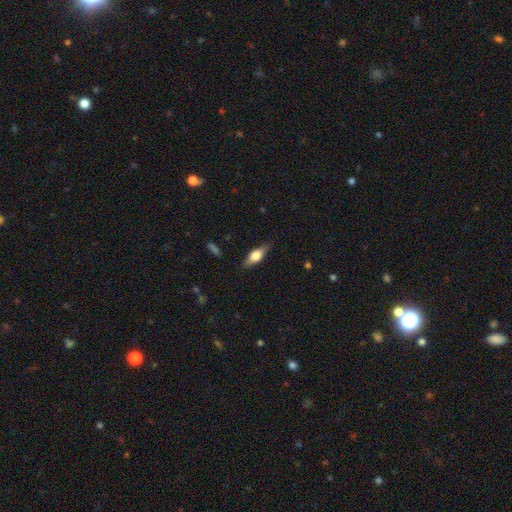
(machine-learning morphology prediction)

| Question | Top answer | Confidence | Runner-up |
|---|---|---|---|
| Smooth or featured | featured or disk | 51% | smooth (42%) |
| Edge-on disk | yes | 92% | no (8%) |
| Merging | none | 83% | minor disturbance (13%) |